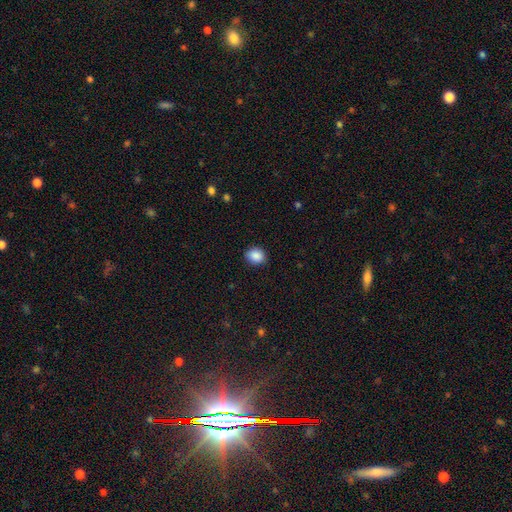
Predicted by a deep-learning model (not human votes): smooth_or_featured: smooth (p=0.88) [alt: star or artifact p=0.08]
how_rounded: round (p=0.60) [alt: in between p=0.39]
merging: none (p=0.87) [alt: minor disturbance p=0.10]